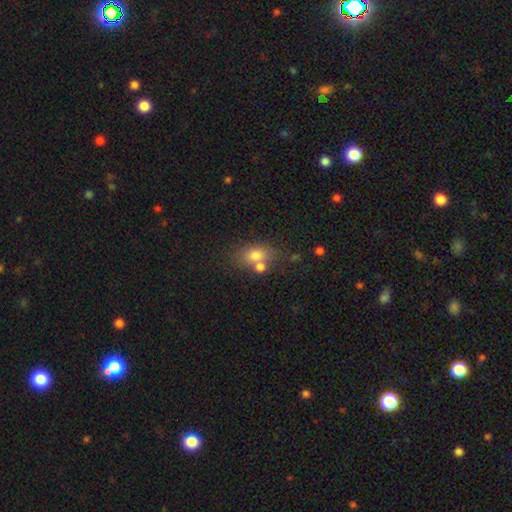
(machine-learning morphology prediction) smooth 74%, featured or disk 15%, star or artifact 11%. Down the decision tree: how rounded — in between (74%); merging — none (50%).